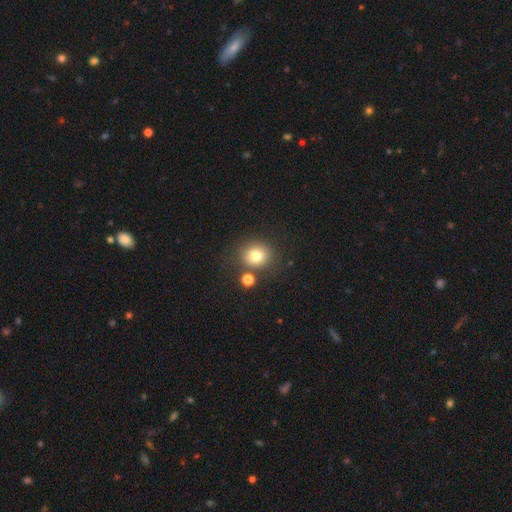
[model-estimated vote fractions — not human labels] Smooth or featured: smooth — 78% (star or artifact — 13%)
How rounded: round — 80% (in between — 20%)
Merging: none — 74% (merger — 12%)